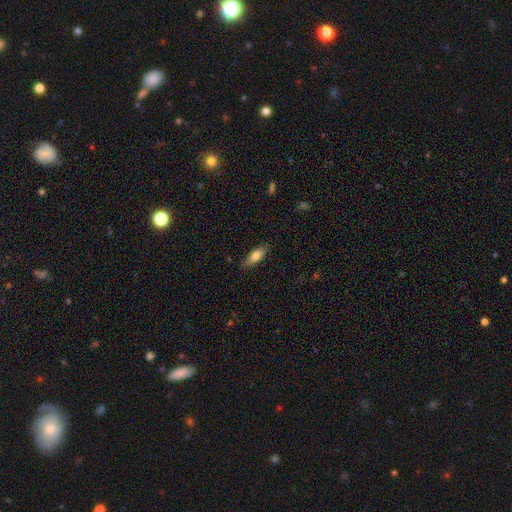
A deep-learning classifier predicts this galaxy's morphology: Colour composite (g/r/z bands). It shows a smooth galaxy with no disk features (74%) that is in between round and cigar-shaped (70%). Merging: none (80%).